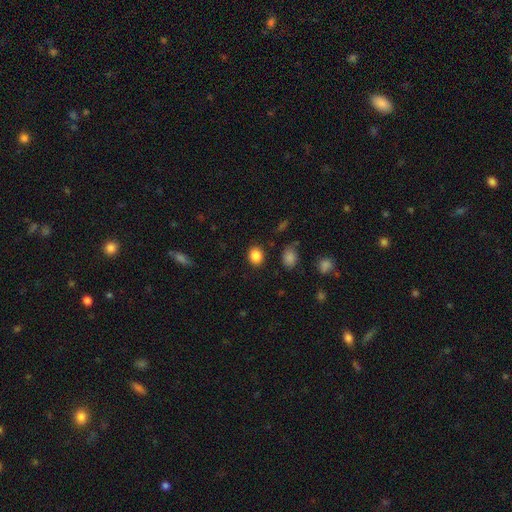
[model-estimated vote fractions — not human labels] This is clearly a smooth galaxy (86%). How rounded: likely round (64%). Merging: clearly none (87%).